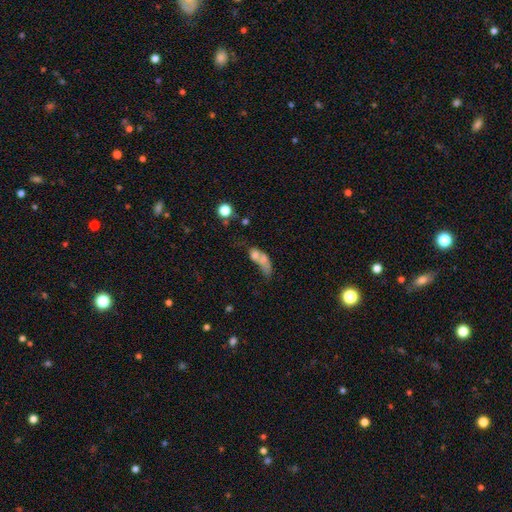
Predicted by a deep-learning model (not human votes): smooth-or-featured: smooth: 56% | featured or disk: 30% | star or artifact: 14%
  how-rounded: in between: 66% | cigar-shaped: 19% | round: 15%
  merging: merger: 48% | major disturbance: 23% | none: 17% | minor disturbance: 11%